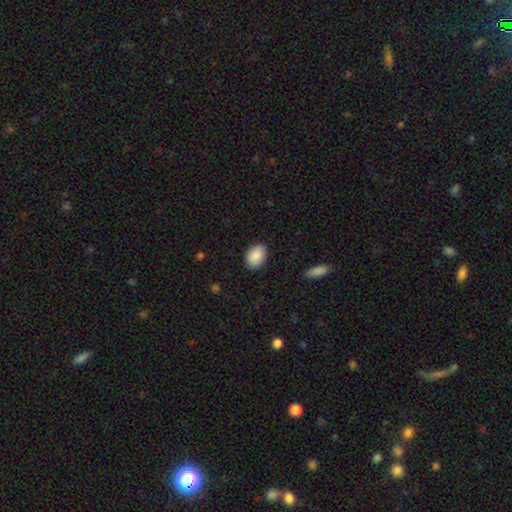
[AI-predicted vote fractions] smooth-or-featured: smooth: 89% | star or artifact: 6% | featured or disk: 4%
  how-rounded: in between: 77% | round: 22% | cigar-shaped: 1%
  merging: none: 87% | minor disturbance: 9% | major disturbance: 2% | merger: 1%